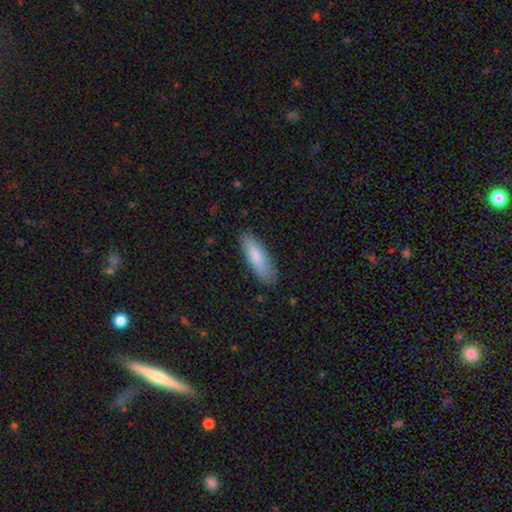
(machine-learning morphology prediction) This appears to be a smooth galaxy with no disk features (81%) that is cigar-shaped (57%). Merging: none (83%).